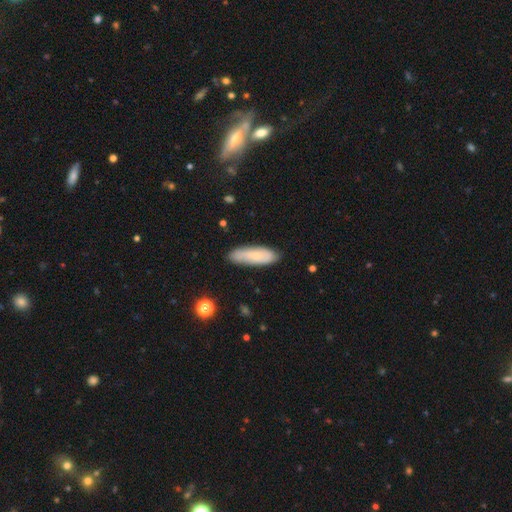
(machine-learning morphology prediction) This appears to be a smooth galaxy with no disk features (67%) that is cigar-shaped (50%). Merging: none (80%).